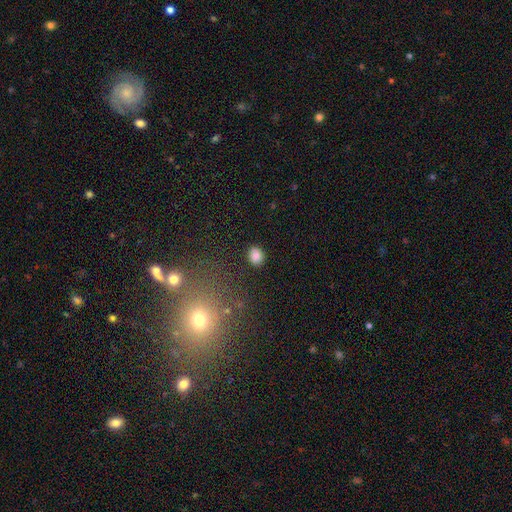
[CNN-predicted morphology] Smooth or featured? smooth (84%)
How rounded? in between (50%)
Merging? none (86%)